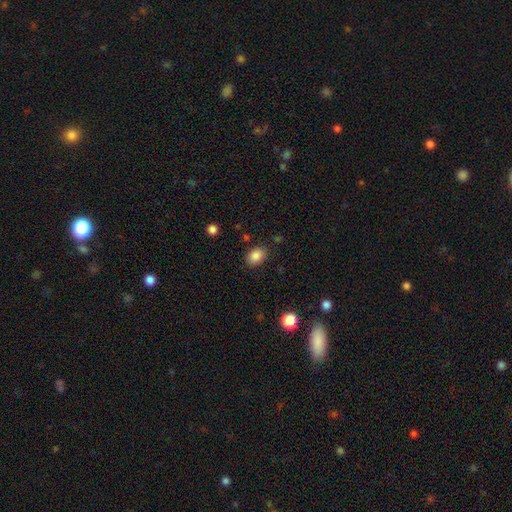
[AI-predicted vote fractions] Smooth or featured: smooth — 86% (star or artifact — 9%)
How rounded: in between — 72% (round — 27%)
Merging: none — 84% (minor disturbance — 11%)